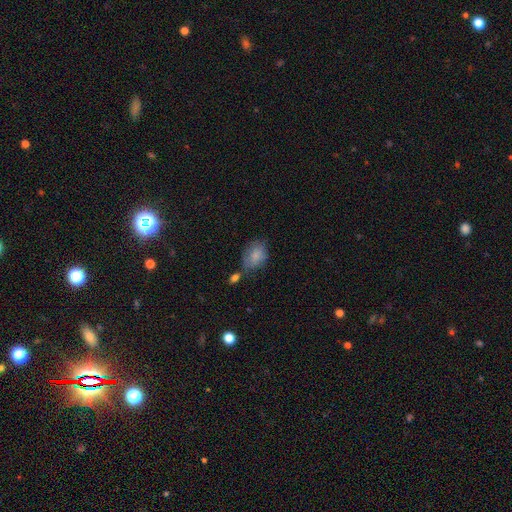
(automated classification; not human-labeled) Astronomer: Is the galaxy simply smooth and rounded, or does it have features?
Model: smooth — 81%.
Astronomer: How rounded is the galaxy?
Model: in between — 75%.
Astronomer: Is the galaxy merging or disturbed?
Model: none — 52%.